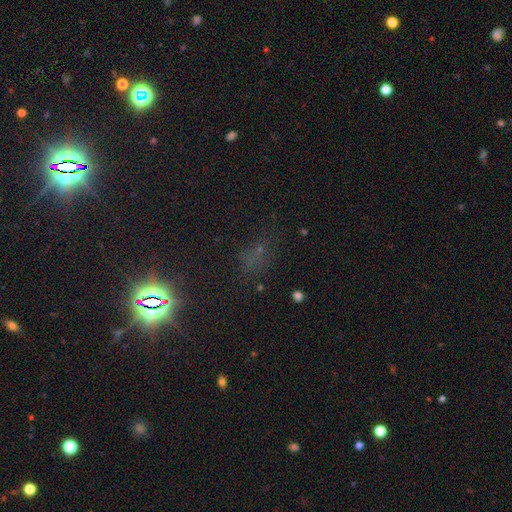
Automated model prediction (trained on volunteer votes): The model was most divided on "smooth or featured": star or artifact: 62%, smooth: 25%, featured or disk: 12%.